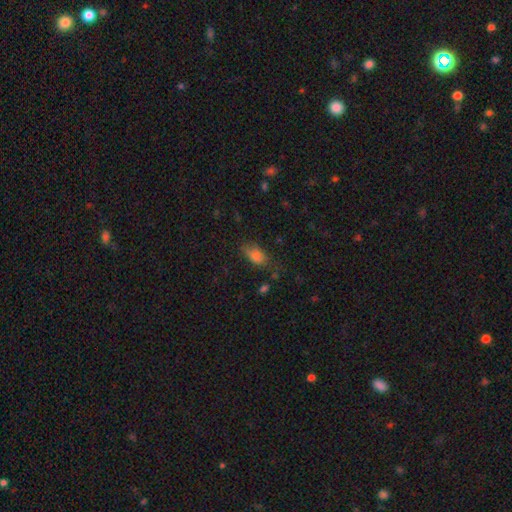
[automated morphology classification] Overall: smooth (77%). How rounded: in between (84%). Merging: none (66%).